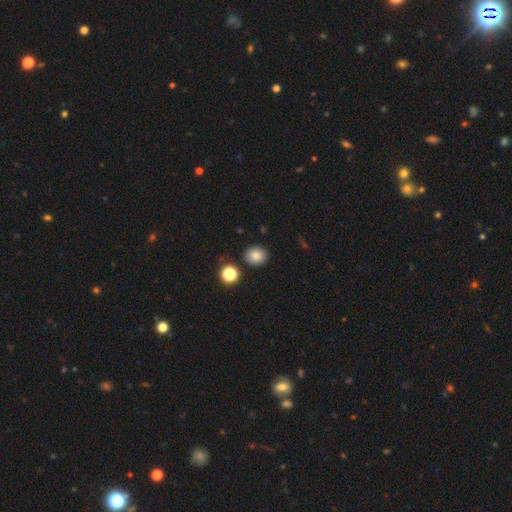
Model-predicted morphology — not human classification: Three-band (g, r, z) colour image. It shows a smooth galaxy with no disk features (84%) that is round (80%). Merging: none (88%).